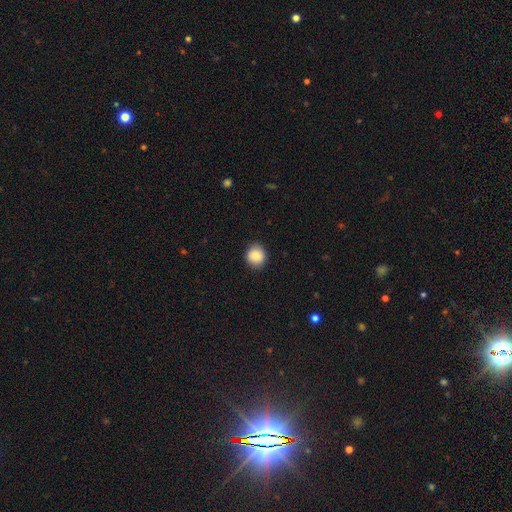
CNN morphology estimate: A smooth galaxy with no disk features (87%) that is round (84%). Merging: none (87%).